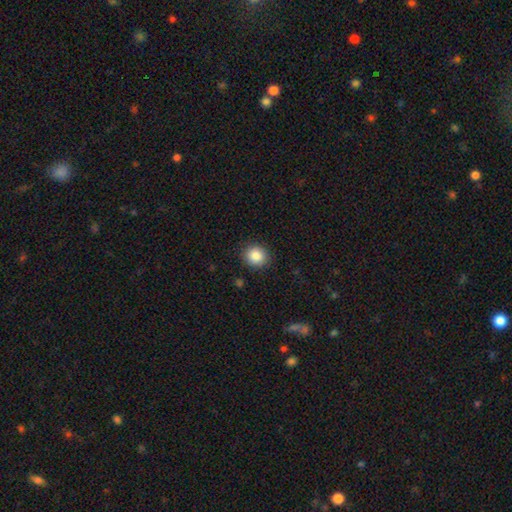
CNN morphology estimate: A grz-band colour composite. It shows a smooth galaxy with no disk features (86%) that is round (83%). Merging: none (89%).